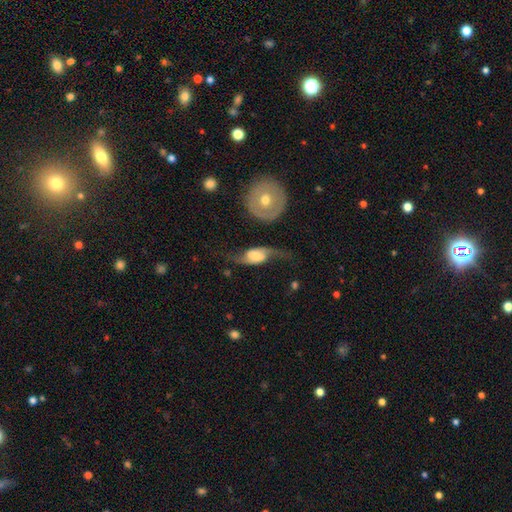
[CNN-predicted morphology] Smooth or featured? Predicted: featured or disk (p=0.79). Edge-on disk? Predicted: no (p=0.92). Bar? Predicted: weak (p=0.43). Spiral arms? Predicted: yes (p=0.94). Spiral winding? Predicted: loose (p=0.81). Spiral arm count? Predicted: 2 (p=0.92). Bulge size? Predicted: moderate (p=0.38). Merging? Predicted: none (p=0.53).